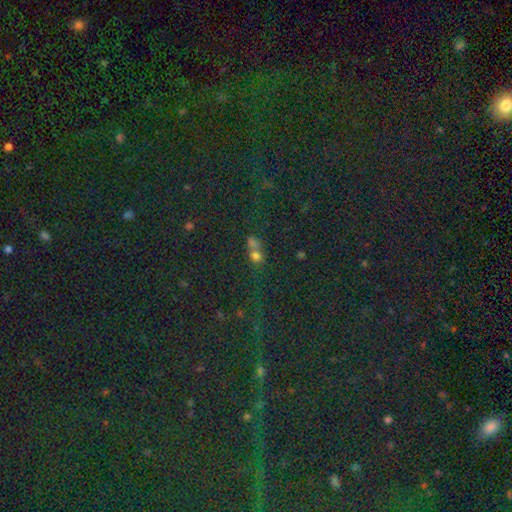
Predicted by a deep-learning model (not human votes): A smooth galaxy with no disk features (64%) that is round (70%).

Vote fractions:
- Smooth or featured? smooth: 64% / star or artifact: 24% / featured or disk: 12%
- How rounded? round: 70% / in between: 27% / cigar-shaped: 2%
- Merging? merger: 54% / none: 32% / minor disturbance: 8% / major disturbance: 5%